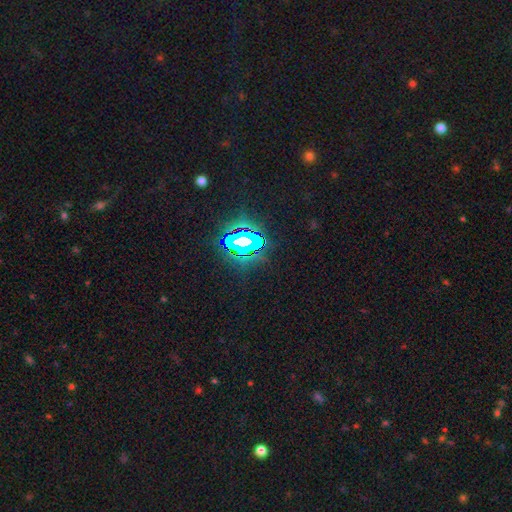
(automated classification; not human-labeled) smooth_or_featured: star or artifact (p=0.82) [alt: smooth p=0.11]